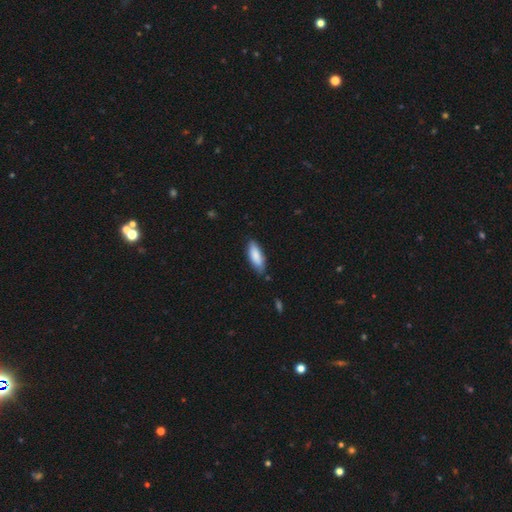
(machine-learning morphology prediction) smooth 84%, featured or disk 10%, star or artifact 5%. Down the decision tree: how rounded — in between (69%); merging — none (75%).